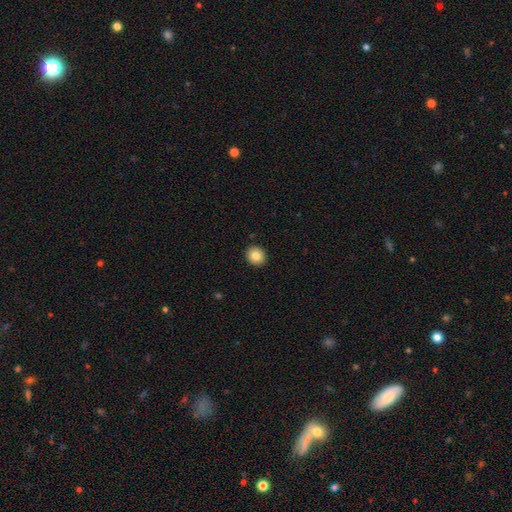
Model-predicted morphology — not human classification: This is clearly a smooth galaxy (83%). How rounded: likely round (79%). Merging: clearly none (92%).